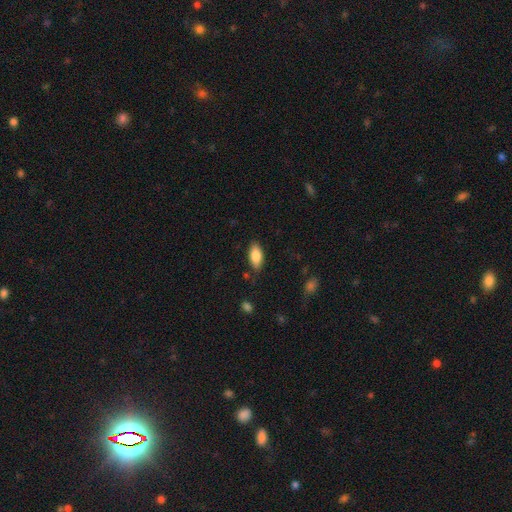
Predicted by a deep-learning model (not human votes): Overall: smooth (84%). How rounded: in between (89%). Merging: none (80%).